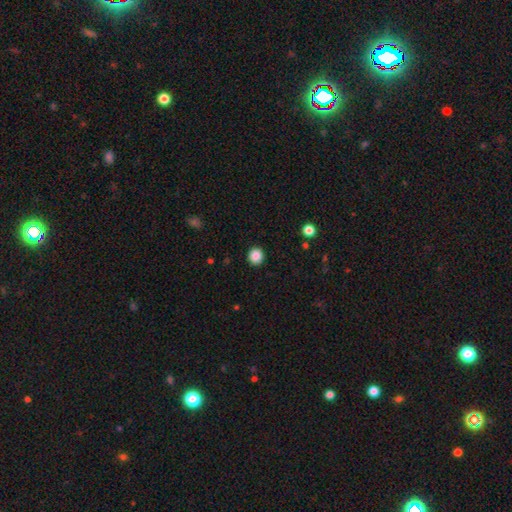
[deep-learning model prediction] smooth 87%, star or artifact 10%, featured or disk 3%. Down the decision tree: how rounded — round (88%); merging — none (92%).